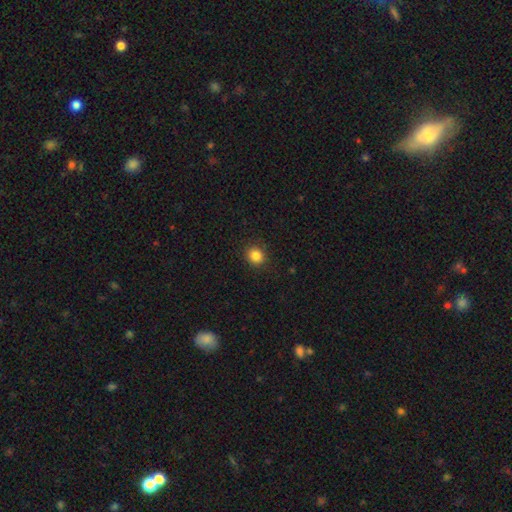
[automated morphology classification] This appears to be a smooth galaxy with no disk features (85%) that is round (81%). Merging: none (89%).